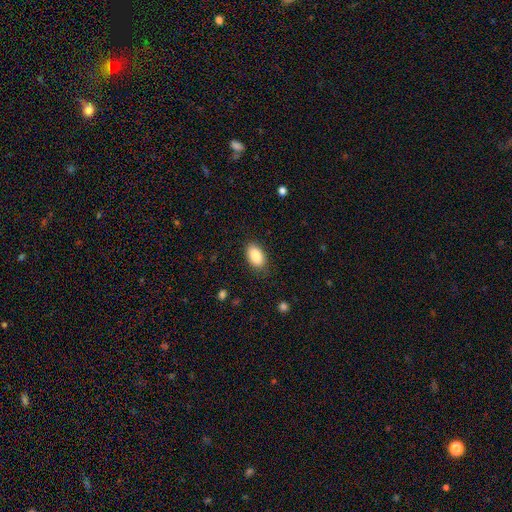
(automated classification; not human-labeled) A smooth galaxy with no disk features (88%) that is in between round and cigar-shaped (93%).

Vote fractions:
- Smooth or featured? smooth: 88% / star or artifact: 7% / featured or disk: 5%
- How rounded? in between: 93% / round: 5% / cigar-shaped: 2%
- Merging? none: 85% / minor disturbance: 11% / major disturbance: 3% / merger: 1%